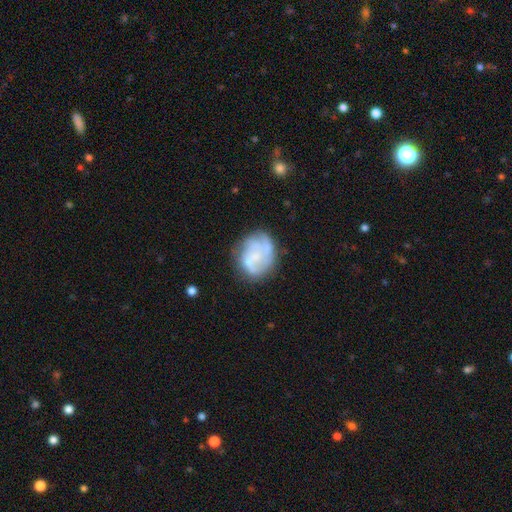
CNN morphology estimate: Smooth or featured? featured or disk (59%)
Edge-on disk? no (98%)
Bar? no (72%)
Spiral arms? yes (65%)
Bulge size? none (42%)
Merging? none (56%)